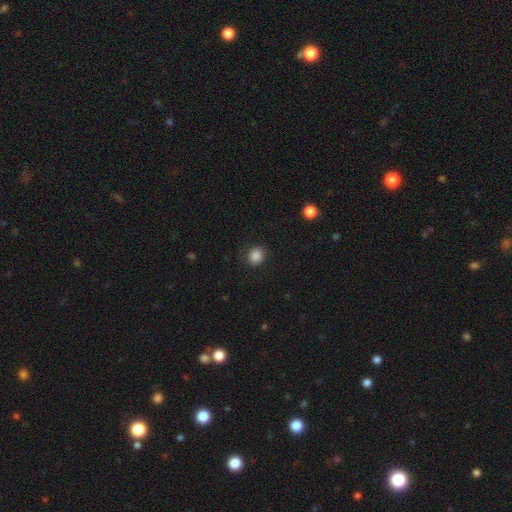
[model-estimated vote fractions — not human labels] Q: Smooth or featured?
A: smooth (86%); runner-up: star or artifact (10%)
Q: How rounded?
A: round (85%); runner-up: in between (14%)
Q: Merging?
A: none (86%); runner-up: minor disturbance (9%)